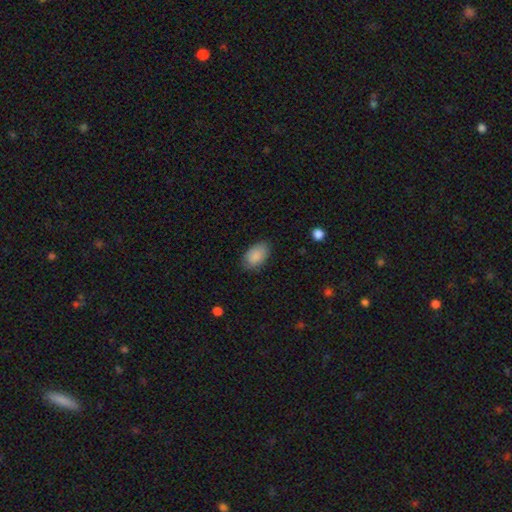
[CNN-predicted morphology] A smooth galaxy with no disk features (88%) that is in between round and cigar-shaped (91%). Merging: none (79%).